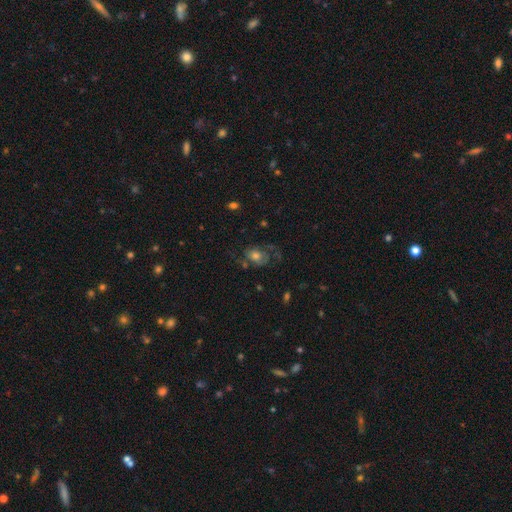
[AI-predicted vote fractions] A featured or disk galaxy (54%) with no bar (78%), spiral arms (74%) and a moderate central bulge (56%).

Vote fractions:
- Smooth or featured? featured or disk: 54% / smooth: 35% / star or artifact: 11%
- Edge-on disk? no: 96% / yes: 4%
- Bar? no: 78% / weak: 19% / strong: 4%
- Spiral arms? yes: 74% / no: 26%
- Bulge size? moderate: 56% / large: 21% / small: 16% / none: 4% / dominant: 3%
- Merging? none: 45% / major disturbance: 30% / minor disturbance: 21% / merger: 4%